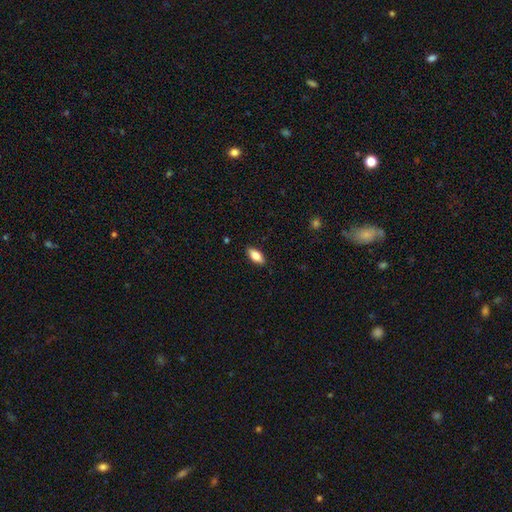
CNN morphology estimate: Smooth or featured? smooth (79%)
How rounded? in between (86%)
Merging? none (88%)